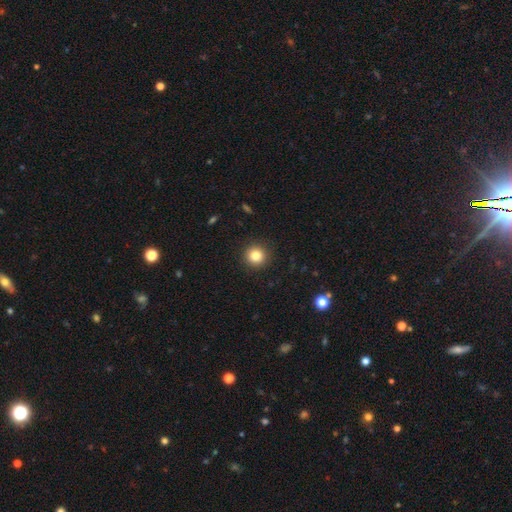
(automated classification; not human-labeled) Q: Smooth or featured?
A: smooth (83%); runner-up: star or artifact (11%)
Q: How rounded?
A: round (94%); runner-up: in between (5%)
Q: Merging?
A: none (91%); runner-up: minor disturbance (6%)